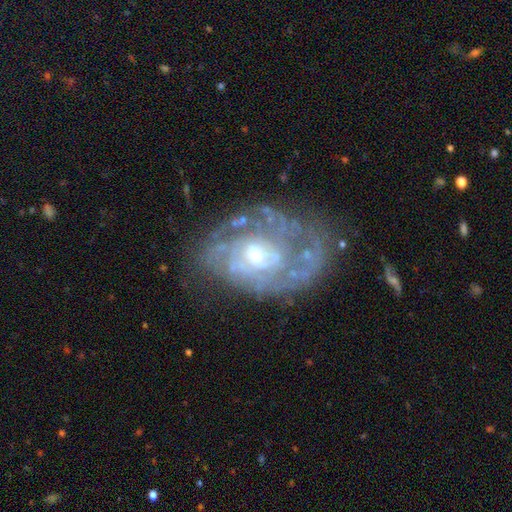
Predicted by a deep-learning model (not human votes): Smooth or featured: featured or disk — 83% (smooth — 10%)
Edge-on disk: no — 96% (yes — 4%)
Bar: no — 66% (weak — 28%)
Spiral arms: yes — 83% (no — 17%)
Spiral winding: tight — 58% (medium — 31%)
Spiral arm count: can't tell — 47% (2 — 22%)
Bulge size: moderate — 51% (small — 43%)
Merging: none — 59% (minor disturbance — 22%)